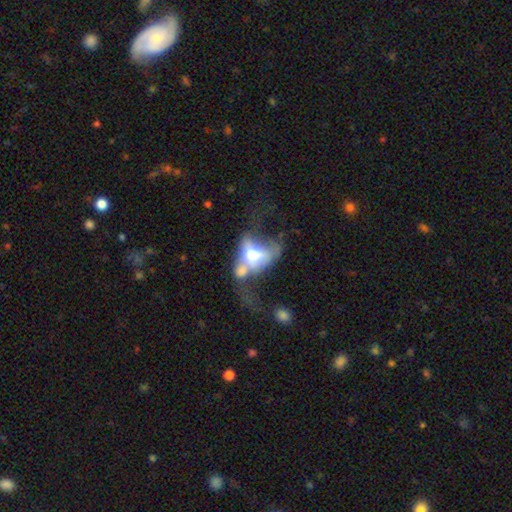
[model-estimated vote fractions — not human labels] This is possibly a smooth galaxy (45%, tied with featured or disk). Merging: possibly merger (49%).